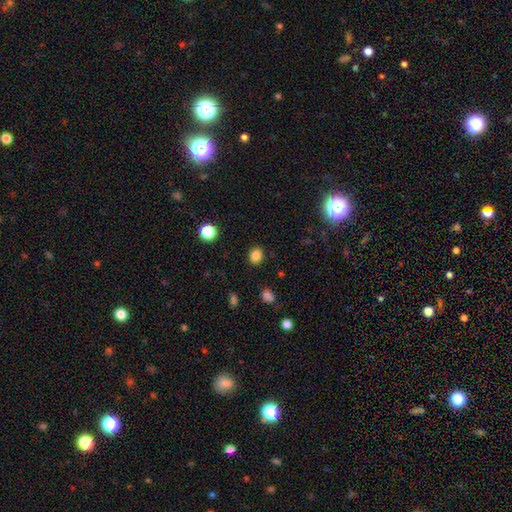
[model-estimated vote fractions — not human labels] smooth_or_featured: smooth (p=0.85) [alt: star or artifact p=0.11]
how_rounded: round (p=0.59) [alt: in between p=0.40]
merging: none (p=0.88) [alt: minor disturbance p=0.08]